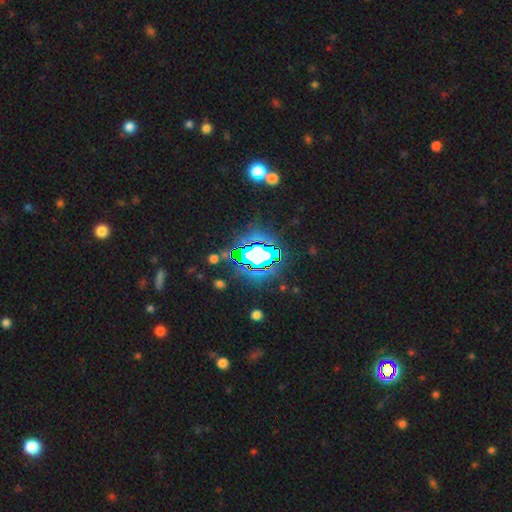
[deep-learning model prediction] Smooth or featured?
  - star or artifact: 69% *
  - smooth: 16%
  - featured or disk: 14%